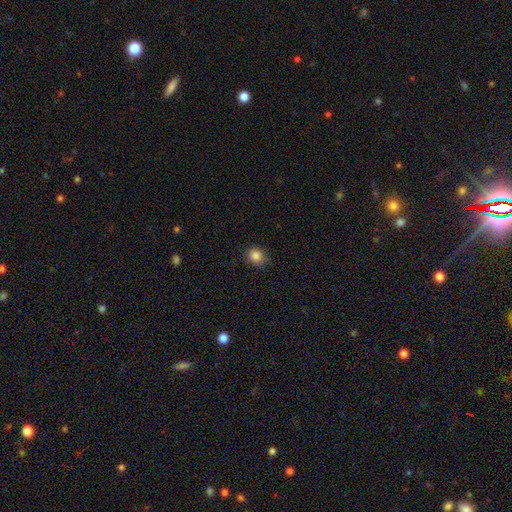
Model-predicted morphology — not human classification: A smooth galaxy with no disk features (85%) that is round (82%).

Vote fractions:
- Smooth or featured? smooth: 85% / star or artifact: 11% / featured or disk: 4%
- How rounded? round: 82% / in between: 17% / cigar-shaped: 1%
- Merging? none: 82% / minor disturbance: 14% / major disturbance: 3% / merger: 1%